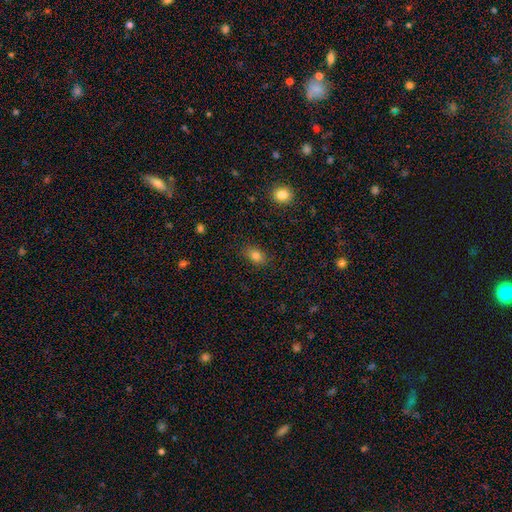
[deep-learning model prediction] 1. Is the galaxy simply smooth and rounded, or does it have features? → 82% smooth, 11% star or artifact, 7% featured or disk.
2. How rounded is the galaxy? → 79% in between, 19% round, 2% cigar-shaped.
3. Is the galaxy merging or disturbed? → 85% none, 11% minor disturbance, 3% major disturbance, 1% merger.